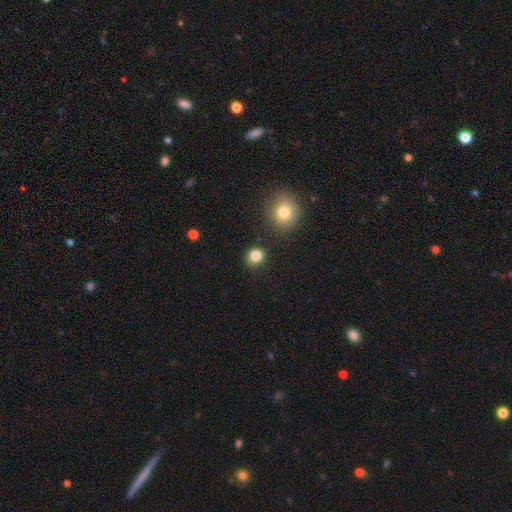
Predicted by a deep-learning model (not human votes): Smooth or featured: smooth — 84% (star or artifact — 11%)
How rounded: round — 84% (in between — 15%)
Merging: none — 86% (minor disturbance — 8%)